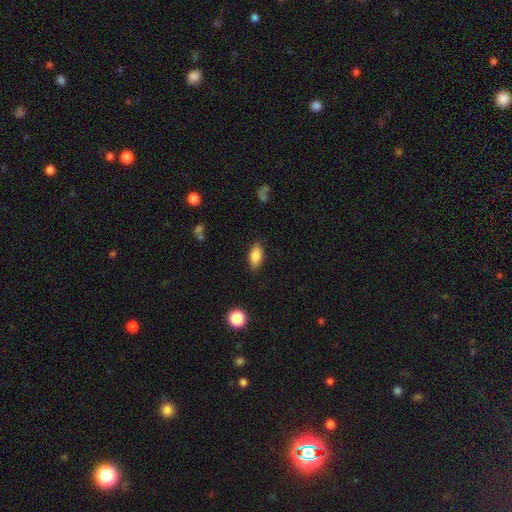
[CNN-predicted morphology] Smooth or featured: smooth — 86% (star or artifact — 8%)
How rounded: in between — 90% (cigar-shaped — 5%)
Merging: none — 83% (minor disturbance — 12%)